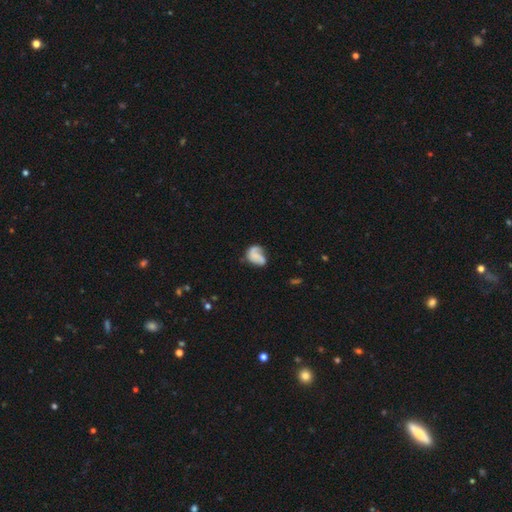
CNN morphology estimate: smooth_or_featured: featured or disk (p=0.50) [alt: smooth p=0.41]
merging: none (p=0.42) [alt: minor disturbance p=0.27]